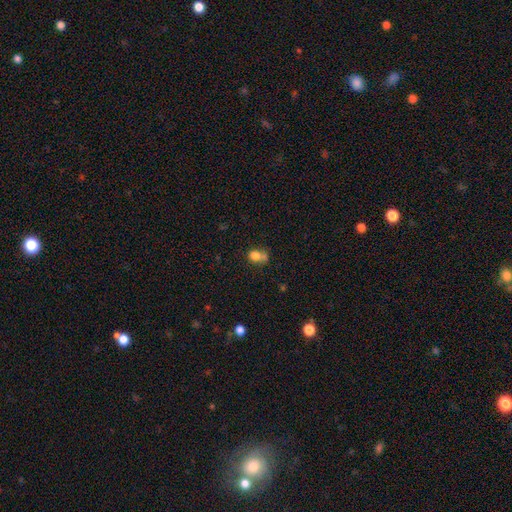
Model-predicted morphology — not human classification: Smooth or featured? Predicted: smooth (p=0.76). How rounded? Predicted: round (p=0.56). Merging? Predicted: merger (p=0.39).